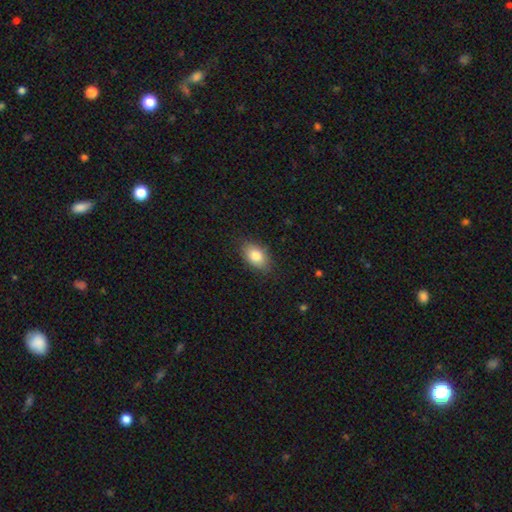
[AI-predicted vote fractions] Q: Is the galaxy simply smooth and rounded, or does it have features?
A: smooth — 82%.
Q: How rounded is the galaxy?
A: in between — 88%.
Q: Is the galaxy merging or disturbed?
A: none — 84%.